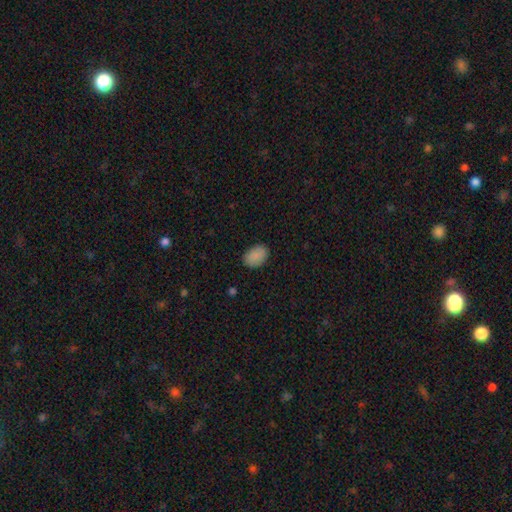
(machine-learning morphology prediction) smooth-or-featured: smooth: 89% | star or artifact: 7% | featured or disk: 4%
  how-rounded: in between: 85% | round: 14% | cigar-shaped: 1%
  merging: none: 86% | minor disturbance: 10% | major disturbance: 2% | merger: 1%